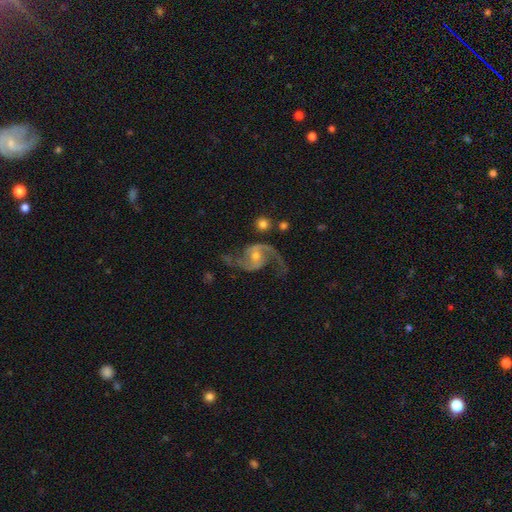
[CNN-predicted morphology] Smooth or featured?
  - featured or disk: 91% *
  - star or artifact: 5%
  - smooth: 4%
Edge-on disk?
  - no: 98% *
  - yes: 2%
Bar?
  - no: 53% *
  - weak: 35%
  - strong: 12%
Spiral arms?
  - yes: 98% *
  - no: 2%
Spiral winding?
  - loose: 55% *
  - medium: 38%
  - tight: 7%
Spiral arm count?
  - 2: 93% *
  - 1: 2%
  - can't tell: 2%
  - 3: 1%
  - 4: 1%
  - more than 4: 1%
Bulge size?
  - moderate: 50% *
  - small: 44%
  - large: 3%
  - none: 2%
  - dominant: 1%
Merging?
  - none: 68% *
  - minor disturbance: 16%
  - major disturbance: 12%
  - merger: 4%